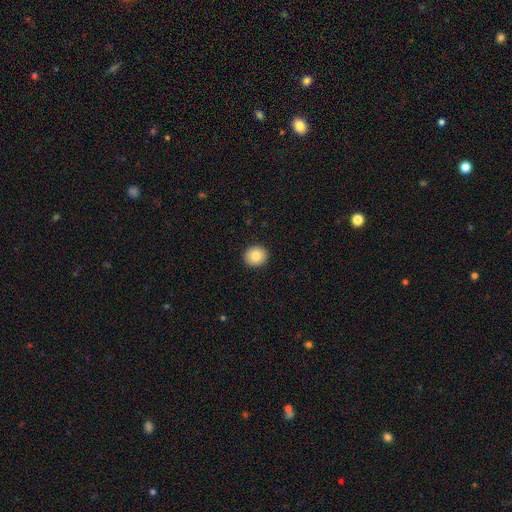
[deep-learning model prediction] smooth-or-featured: smooth: 84% | star or artifact: 8% | featured or disk: 8%
  how-rounded: round: 85% | in between: 14% | cigar-shaped: 1%
  merging: none: 92% | minor disturbance: 5% | major disturbance: 2% | merger: 1%